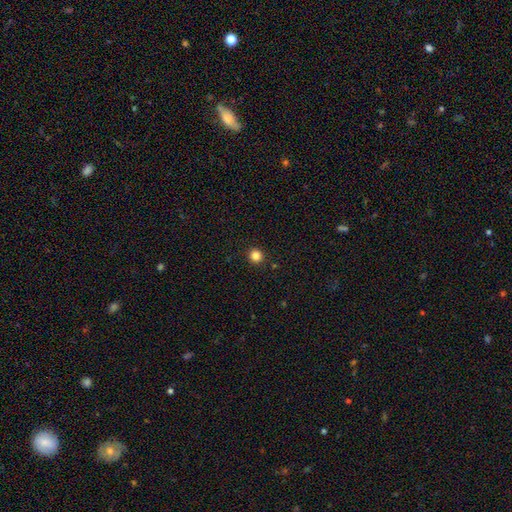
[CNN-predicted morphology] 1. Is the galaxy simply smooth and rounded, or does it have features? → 84% smooth, 13% star or artifact, 4% featured or disk.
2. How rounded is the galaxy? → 93% round, 6% in between, 1% cigar-shaped.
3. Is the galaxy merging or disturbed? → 92% none, 5% minor disturbance, 2% major disturbance, 1% merger.